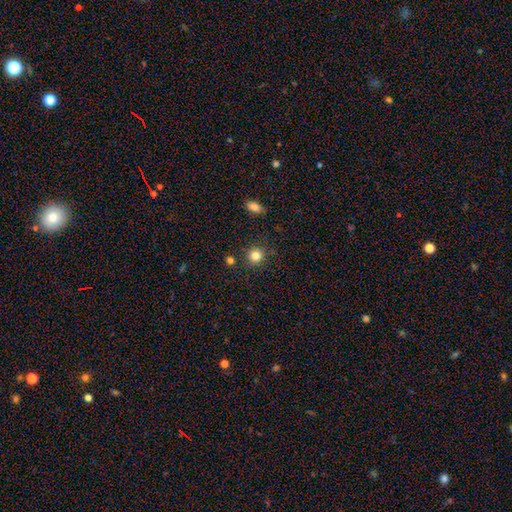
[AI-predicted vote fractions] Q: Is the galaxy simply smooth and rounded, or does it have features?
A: smooth — 83%.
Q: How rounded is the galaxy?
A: round — 89%.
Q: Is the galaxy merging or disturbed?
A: none — 85%.